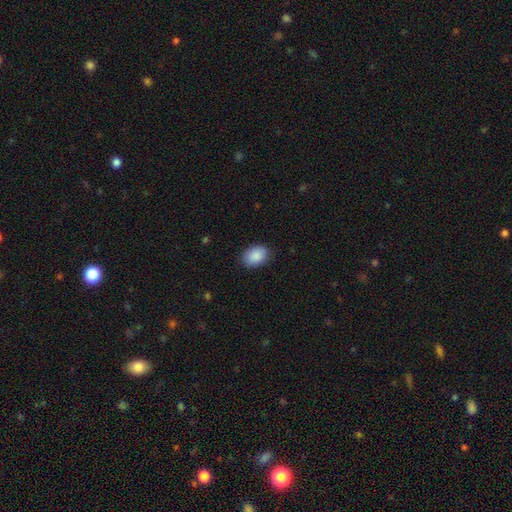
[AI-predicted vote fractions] A smooth galaxy with no disk features (89%) that is in between round and cigar-shaped (83%).

Vote fractions:
- Smooth or featured? smooth: 89% / star or artifact: 6% / featured or disk: 4%
- How rounded? in between: 83% / round: 15% / cigar-shaped: 1%
- Merging? none: 86% / minor disturbance: 11% / major disturbance: 2% / merger: 1%